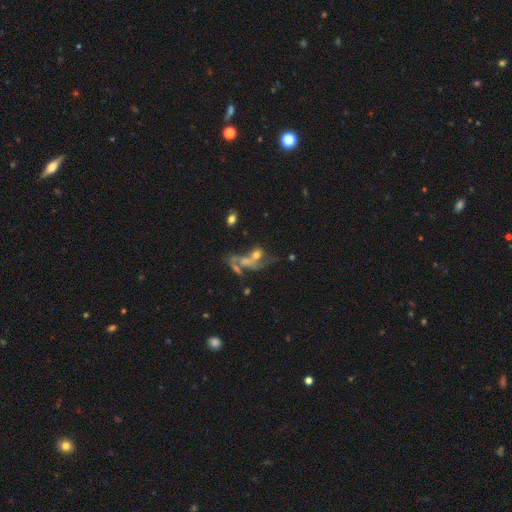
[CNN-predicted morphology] Smooth or featured? Predicted: featured or disk (p=0.50). Edge-on disk? Predicted: no (p=0.92). Merging? Predicted: merger (p=0.44).